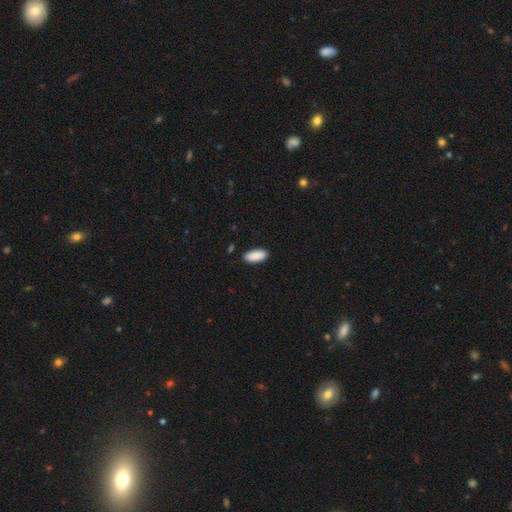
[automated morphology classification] Smooth or featured: smooth — 91% (star or artifact — 6%)
How rounded: in between — 88% (cigar-shaped — 10%)
Merging: none — 87% (minor disturbance — 10%)